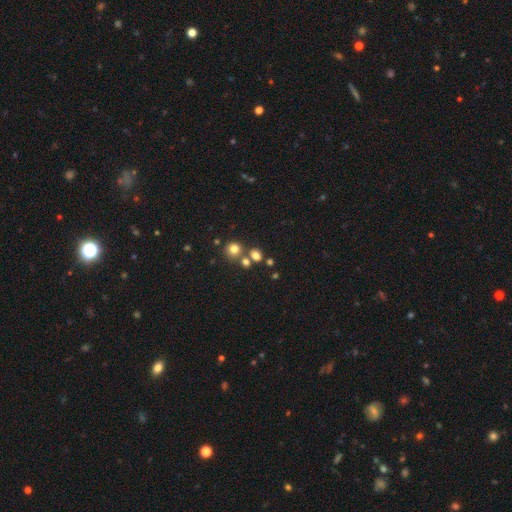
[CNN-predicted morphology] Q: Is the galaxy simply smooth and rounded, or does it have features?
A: smooth — 73%.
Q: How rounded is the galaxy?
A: round — 67%.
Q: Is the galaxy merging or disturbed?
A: none — 60%.